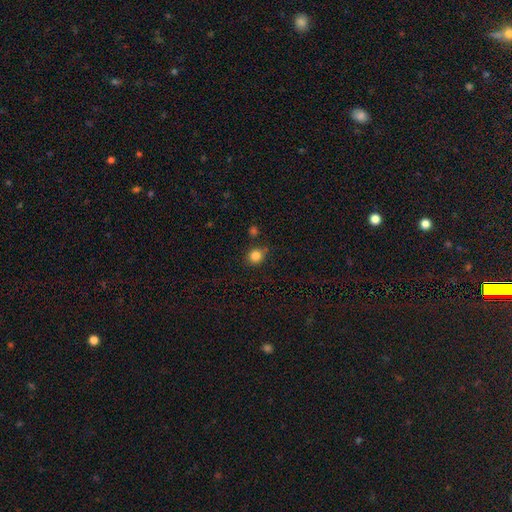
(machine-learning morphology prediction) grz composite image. It shows a smooth galaxy with no disk features (84%) that is round (83%). Merging: none (79%).